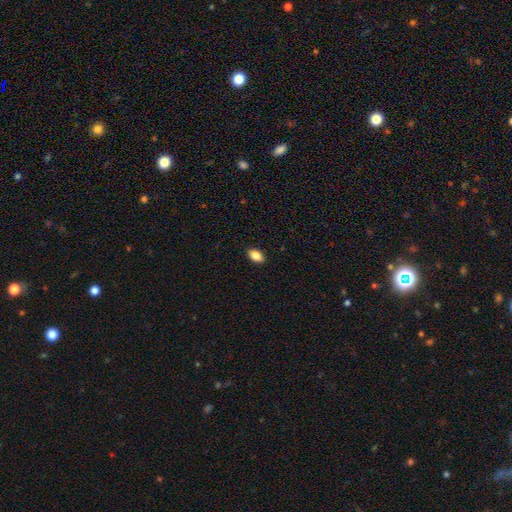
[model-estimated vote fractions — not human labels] smooth-or-featured: smooth: 86% | star or artifact: 8% | featured or disk: 6%
  how-rounded: in between: 90% | round: 7% | cigar-shaped: 3%
  merging: none: 90% | minor disturbance: 8% | major disturbance: 2% | merger: 1%